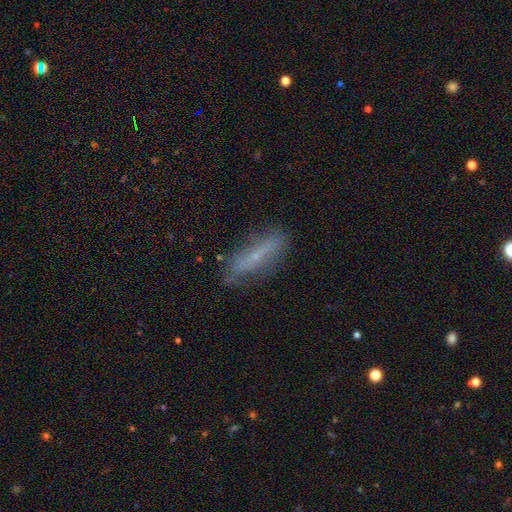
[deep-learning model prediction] This is possibly a smooth galaxy (46%). Merging: likely none (76%).